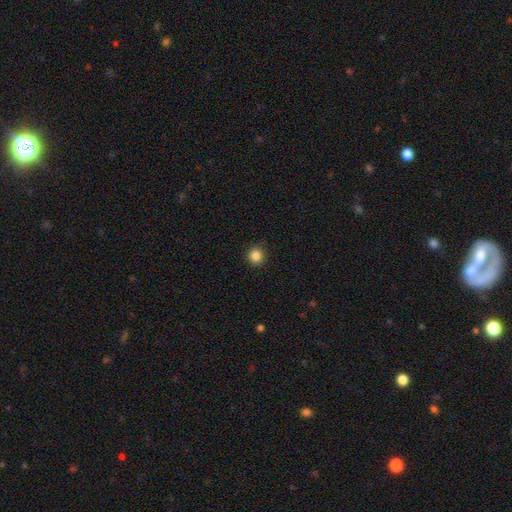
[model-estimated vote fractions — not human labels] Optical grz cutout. It shows a smooth galaxy with no disk features (86%) that is round (94%). Merging: none (91%).